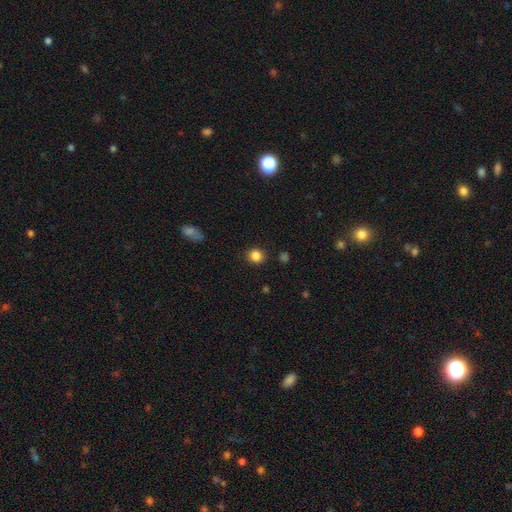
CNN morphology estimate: Smooth or featured: smooth — 85% (star or artifact — 11%)
How rounded: round — 81% (in between — 18%)
Merging: none — 88% (minor disturbance — 8%)